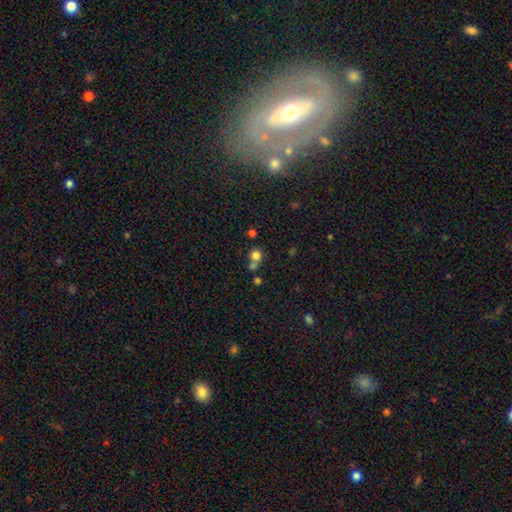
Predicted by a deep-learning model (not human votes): Overall: smooth (77%). How rounded: round (86%). Merging: none (46%; merger 42%).